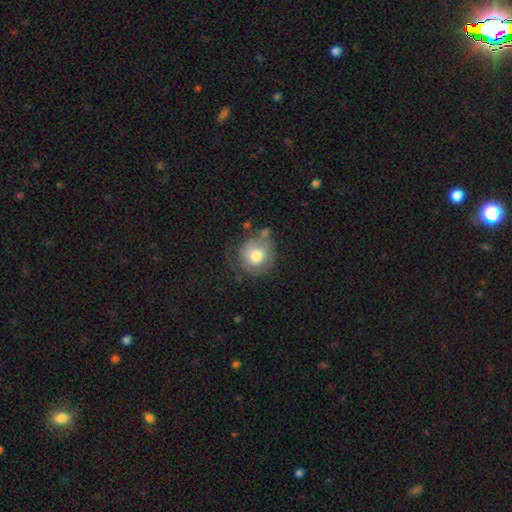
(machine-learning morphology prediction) smooth-or-featured: smooth: 72% | featured or disk: 21% | star or artifact: 7%
  how-rounded: round: 86% | in between: 13% | cigar-shaped: 1%
  merging: none: 55% | minor disturbance: 26% | major disturbance: 13% | merger: 7%